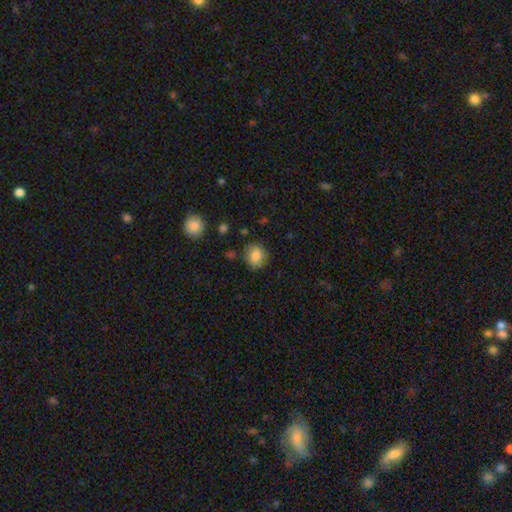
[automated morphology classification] type=smooth (82%); roundness=round (74%); merging=none (79%).